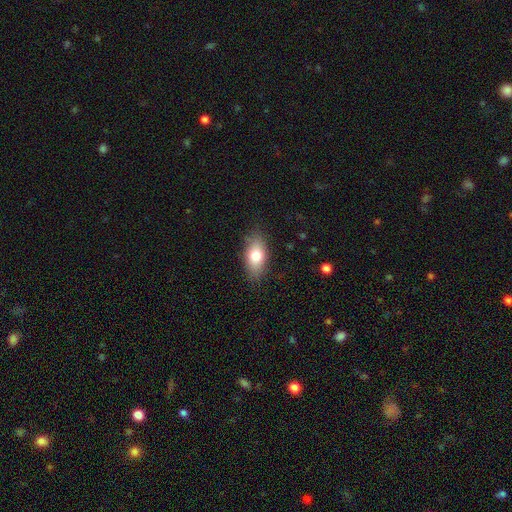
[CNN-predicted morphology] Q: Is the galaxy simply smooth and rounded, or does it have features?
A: smooth — 77%.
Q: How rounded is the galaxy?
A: in between — 87%.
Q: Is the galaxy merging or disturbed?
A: none — 81%.